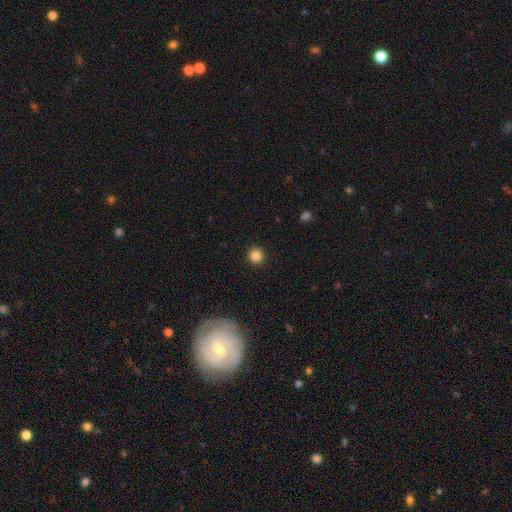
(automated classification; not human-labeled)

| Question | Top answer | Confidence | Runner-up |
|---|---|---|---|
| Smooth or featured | smooth | 86% | star or artifact (11%) |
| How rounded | round | 93% | in between (6%) |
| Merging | none | 93% | minor disturbance (5%) |